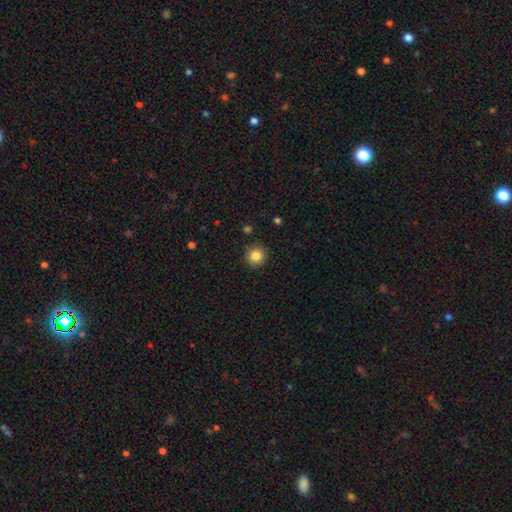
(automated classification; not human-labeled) Smooth or featured: smooth — 84% (star or artifact — 11%)
How rounded: round — 94% (in between — 5%)
Merging: none — 92% (minor disturbance — 5%)